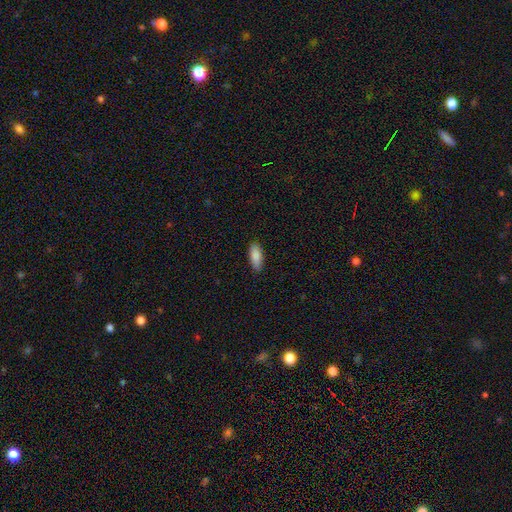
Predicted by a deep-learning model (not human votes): Smooth or featured?
  - smooth: 89% *
  - star or artifact: 6%
  - featured or disk: 5%
How rounded?
  - in between: 77% *
  - cigar-shaped: 21%
  - round: 2%
Merging?
  - none: 86% *
  - minor disturbance: 11%
  - major disturbance: 2%
  - merger: 1%